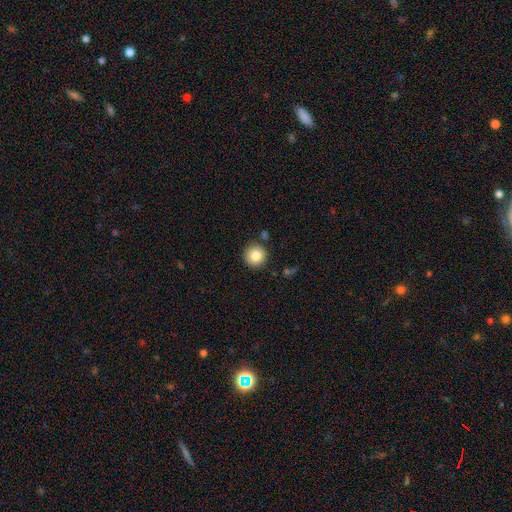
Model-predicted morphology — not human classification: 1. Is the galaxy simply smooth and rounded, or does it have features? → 83% smooth, 9% star or artifact, 8% featured or disk.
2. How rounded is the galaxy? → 95% round, 4% in between, 1% cigar-shaped.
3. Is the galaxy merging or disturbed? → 87% none, 8% minor disturbance, 4% merger, 2% major disturbance.